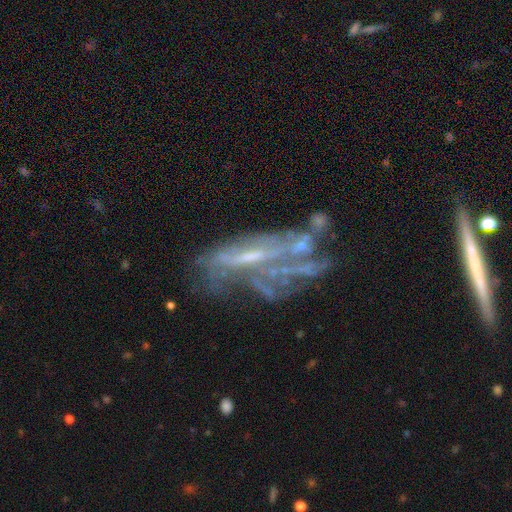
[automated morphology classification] This appears to be a featured or disk galaxy (72%) with no bar (51%), spiral arms (52%) and a small central bulge (44%). Merging: major disturbance (33%).